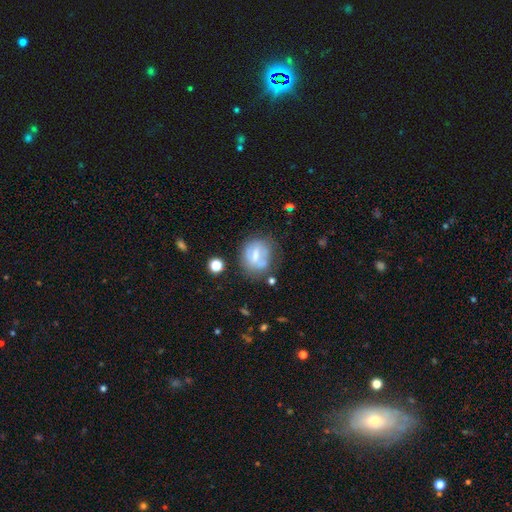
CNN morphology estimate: smooth-or-featured: featured or disk: 46% | smooth: 44% | star or artifact: 10%
  merging: none: 53% | minor disturbance: 26% | major disturbance: 14% | merger: 7%